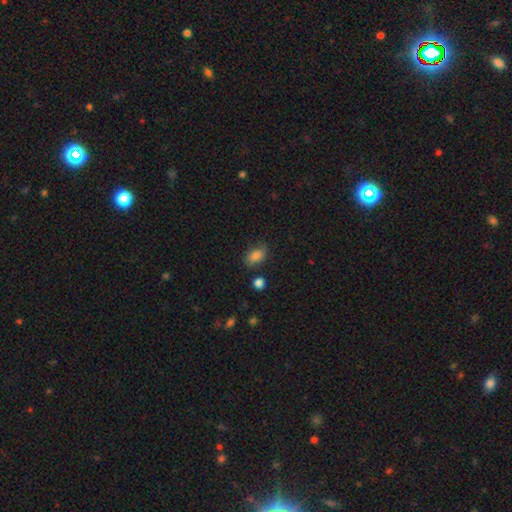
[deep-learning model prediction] Smooth or featured? smooth (81%)
How rounded? in between (87%)
Merging? none (73%)